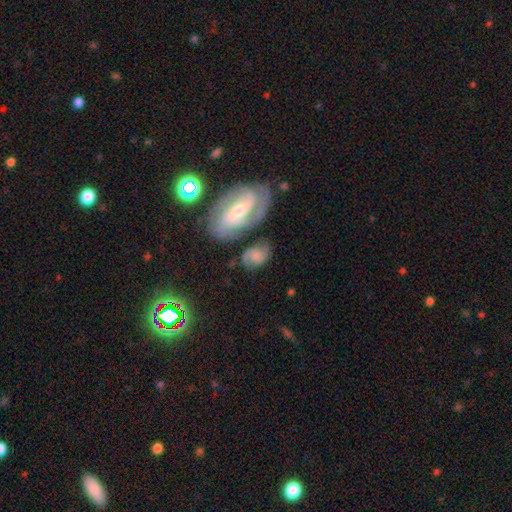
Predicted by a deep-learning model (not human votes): Smooth or featured? featured or disk (57%)
Edge-on disk? no (96%)
Bar? no (56%)
Spiral arms? yes (89%)
Bulge size? moderate (37%, tied with small)
Merging? none (54%)